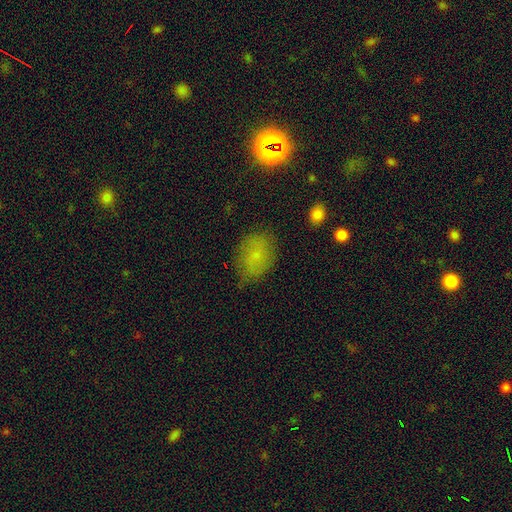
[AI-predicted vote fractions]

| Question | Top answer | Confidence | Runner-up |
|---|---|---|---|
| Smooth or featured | smooth | 66% | featured or disk (18%) |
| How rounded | in between | 73% | round (25%) |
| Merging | none | 71% | minor disturbance (21%) |